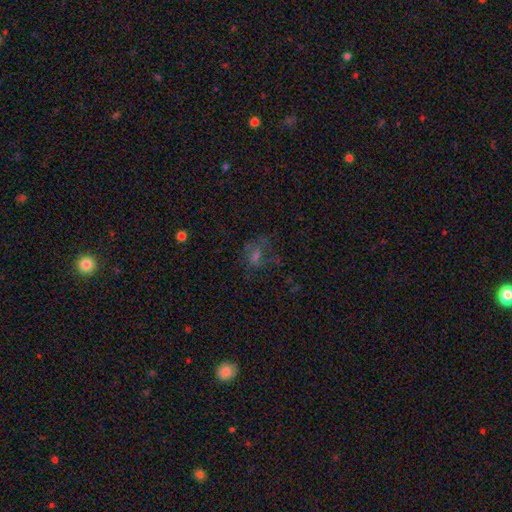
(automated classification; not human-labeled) smooth-or-featured: featured or disk: 37% | smooth: 33% | star or artifact: 31%
  merging: none: 51% | major disturbance: 26% | minor disturbance: 20% | merger: 3%